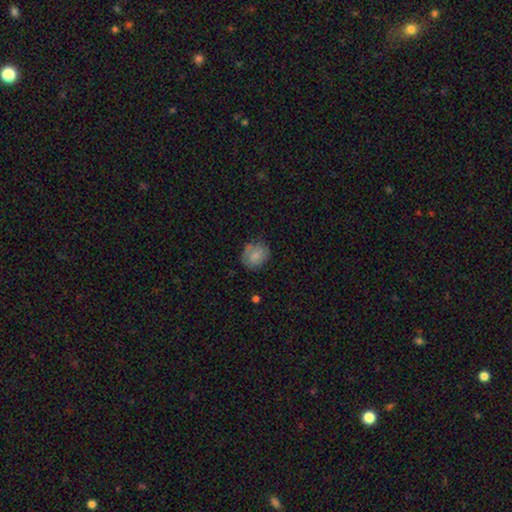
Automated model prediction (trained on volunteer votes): Smooth or featured? Predicted: smooth (p=0.71). How rounded? Predicted: round (p=0.62). Merging? Predicted: none (p=0.67).